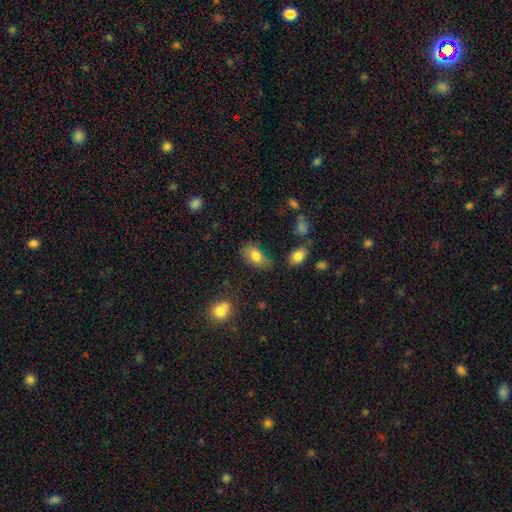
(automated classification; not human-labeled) This is likely a smooth galaxy (79%). How rounded: clearly in between (90%). Merging: likely none (71%).